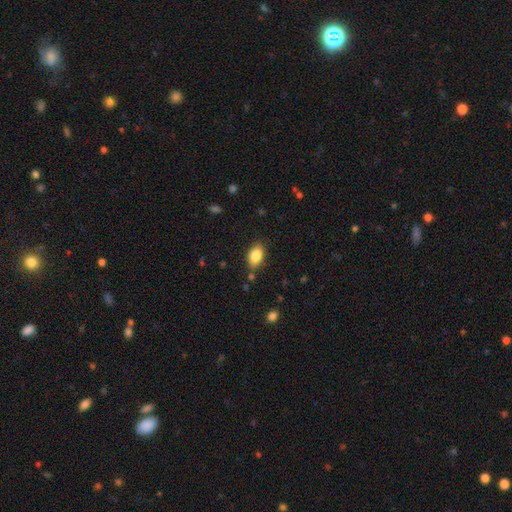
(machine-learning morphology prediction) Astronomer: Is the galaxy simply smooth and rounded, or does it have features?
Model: smooth — 85%.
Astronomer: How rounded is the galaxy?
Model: in between — 90%.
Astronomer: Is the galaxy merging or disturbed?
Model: none — 82%.